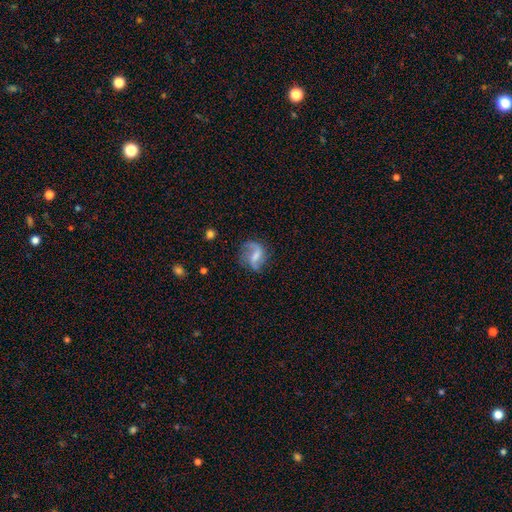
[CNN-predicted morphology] The model was most divided on "bulge size": small: 35%, moderate: 34%, none: 24%, large: 6%, dominant: 1%. Remaining: edge-on disk — no (97%); spiral arms — yes (85%); spiral arm count — 2 (75%); spiral winding — loose (66%); smooth or featured — featured or disk (66%); merging — none (57%); bar — weak (49%).